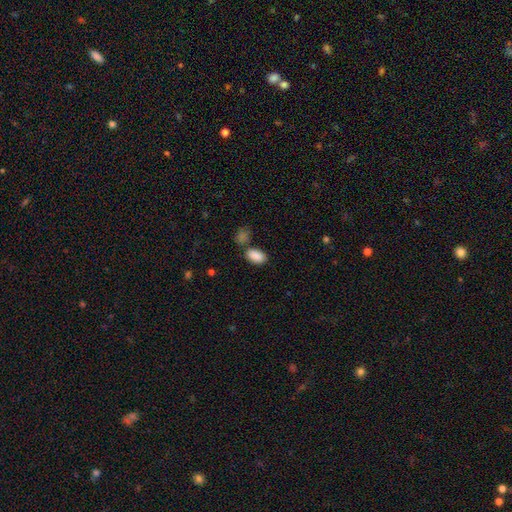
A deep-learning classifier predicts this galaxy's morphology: This is clearly a smooth galaxy (89%). How rounded: clearly in between (93%). Merging: likely none (69%).